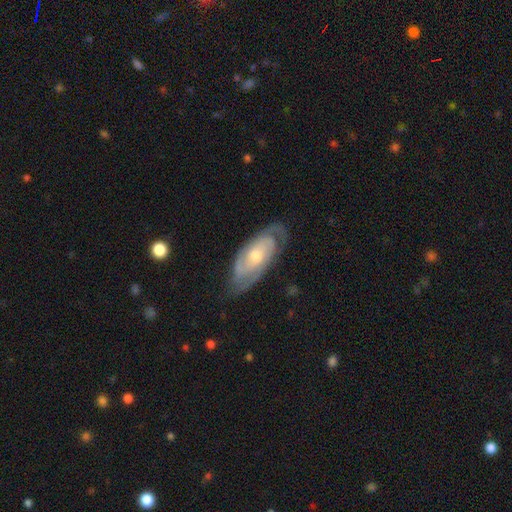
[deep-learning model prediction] Morphology: type=featured or disk (83%); edge-on=no (93%); bar=no (66%); spiral arms=yes (94%); winding=tight (62%); arm count=2 (65%); bulge=moderate (55%); merging=none (74%).